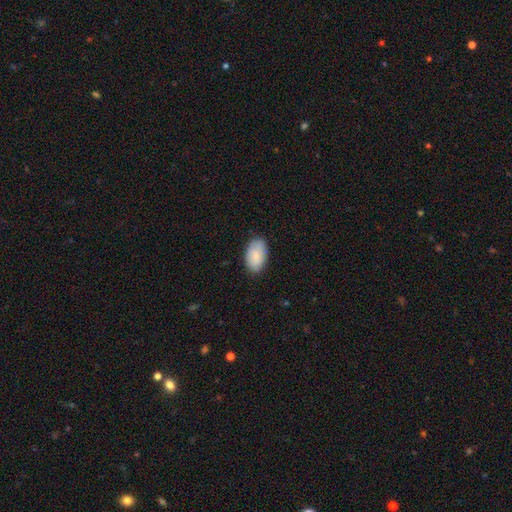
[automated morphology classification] Smooth or featured: smooth — 87% (featured or disk — 8%)
How rounded: in between — 94% (round — 4%)
Merging: none — 83% (minor disturbance — 13%)